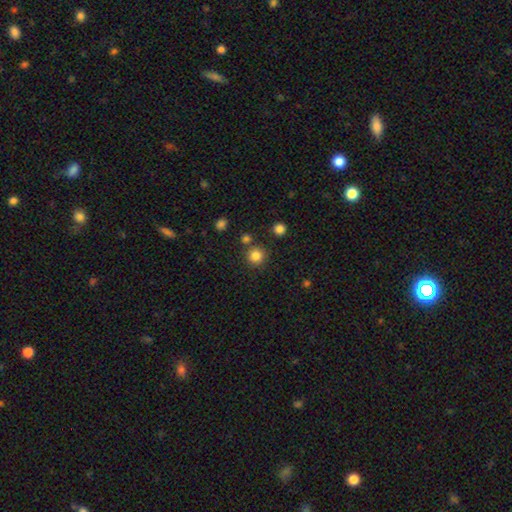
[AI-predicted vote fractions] This is clearly a smooth galaxy (83%). How rounded: clearly round (94%). Merging: clearly none (83%).